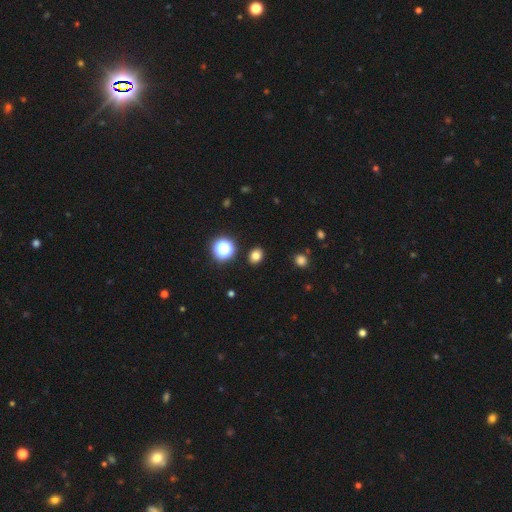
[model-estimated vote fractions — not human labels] A smooth galaxy with no disk features (79%) that is in between round and cigar-shaped (50%).

Vote fractions:
- Smooth or featured? smooth: 79% / star or artifact: 16% / featured or disk: 6%
- How rounded? in between: 50% / round: 49% / cigar-shaped: 1%
- Merging? none: 89% / minor disturbance: 7% / major disturbance: 2% / merger: 2%